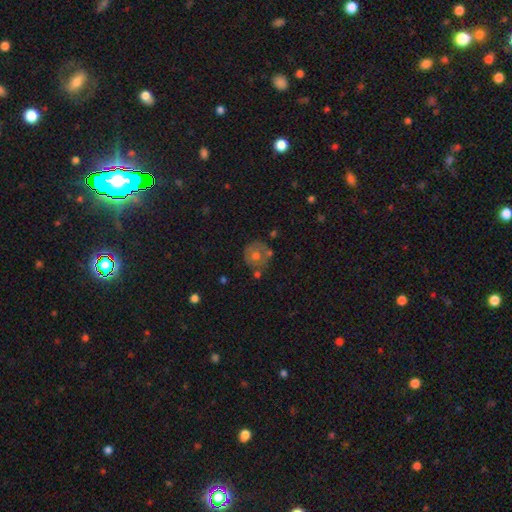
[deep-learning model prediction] Smooth or featured: smooth — 55% (featured or disk — 34%)
How rounded: round — 87% (in between — 12%)
Merging: none — 63% (minor disturbance — 19%)